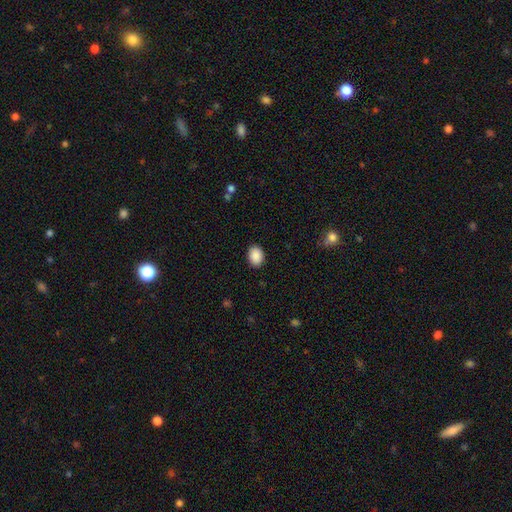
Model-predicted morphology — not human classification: This is clearly a smooth galaxy (90%). How rounded: likely in between (67%). Merging: clearly none (90%).